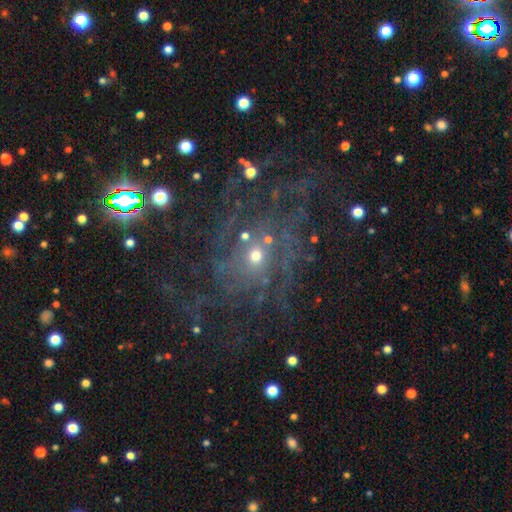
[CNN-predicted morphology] A featured or disk galaxy (71%) with no bar (80%), tight (39%) spiral arms (86%) and a small central bulge (60%). Merging: none (65%).